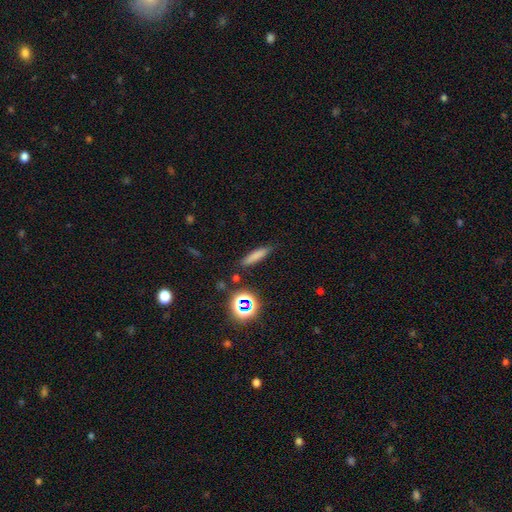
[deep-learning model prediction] A smooth galaxy with no disk features (74%) that is cigar-shaped (80%).

Vote fractions:
- Smooth or featured? smooth: 74% / star or artifact: 14% / featured or disk: 12%
- How rounded? cigar-shaped: 80% / in between: 17% / round: 3%
- Merging? none: 84% / minor disturbance: 11% / major disturbance: 3% / merger: 3%